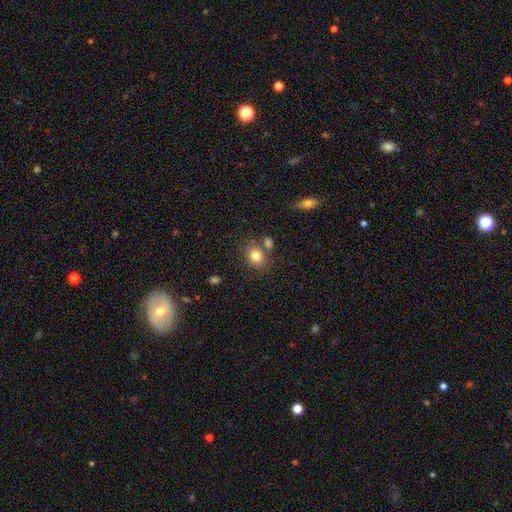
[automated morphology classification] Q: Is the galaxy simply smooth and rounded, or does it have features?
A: smooth — 81%.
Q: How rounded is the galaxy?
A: round — 58%.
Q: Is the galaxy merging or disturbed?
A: none — 67%.